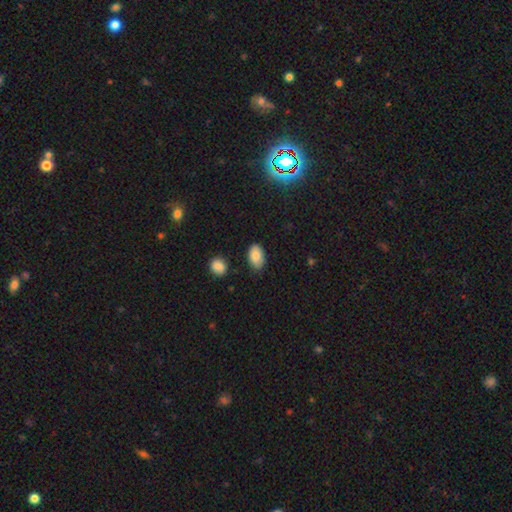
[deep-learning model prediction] A smooth galaxy with no disk features (86%) that is in between round and cigar-shaped (92%).

Vote fractions:
- Smooth or featured? smooth: 86% / star or artifact: 8% / featured or disk: 7%
- How rounded? in between: 92% / round: 7% / cigar-shaped: 1%
- Merging? none: 79% / minor disturbance: 16% / major disturbance: 3% / merger: 2%